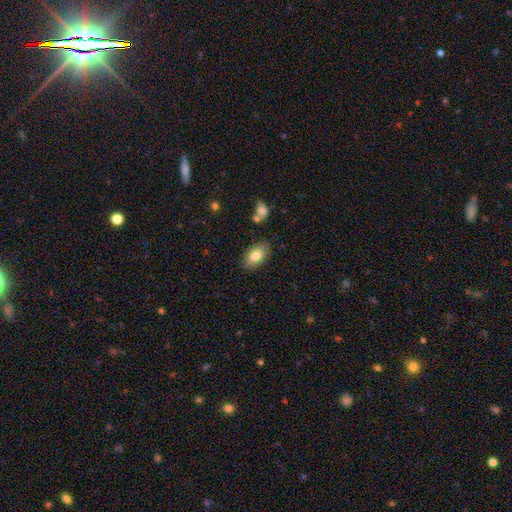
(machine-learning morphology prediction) smooth 80%, featured or disk 13%, star or artifact 7%. Down the decision tree: how rounded — in between (92%); merging — none (84%).